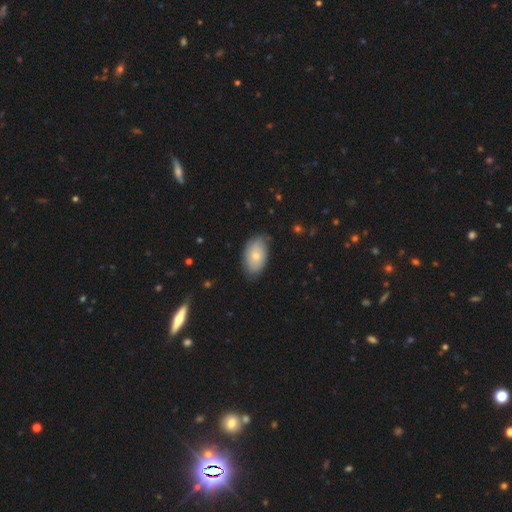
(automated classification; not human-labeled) smooth 69%, featured or disk 24%, star or artifact 6%. Down the decision tree: how rounded — in between (93%); merging — none (69%).